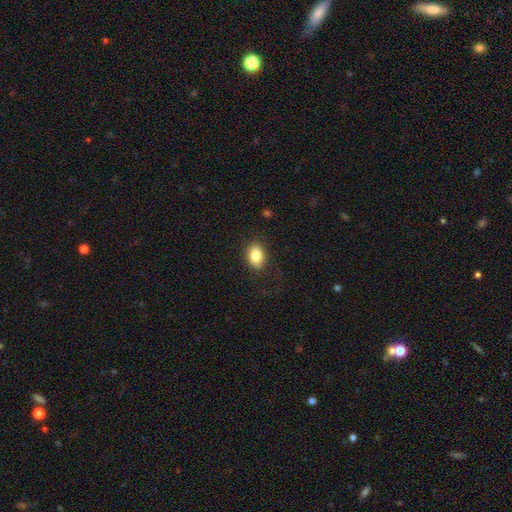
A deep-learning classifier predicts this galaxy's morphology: smooth 85%, star or artifact 8%, featured or disk 7%. Down the decision tree: how rounded — in between (85%); merging — none (84%).